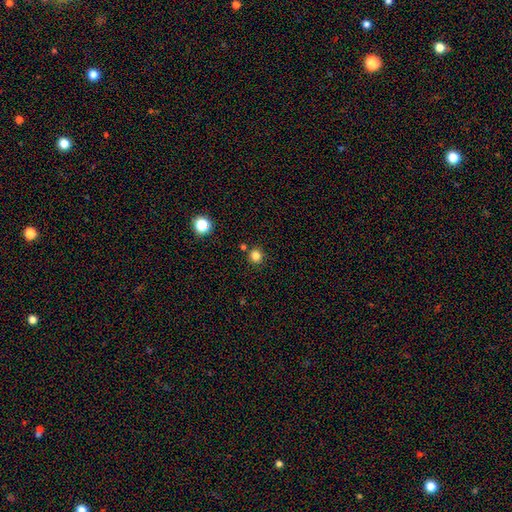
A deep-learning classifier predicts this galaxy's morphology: A smooth galaxy with no disk features (82%) that is round (94%).

Vote fractions:
- Smooth or featured? smooth: 82% / star or artifact: 14% / featured or disk: 5%
- How rounded? round: 94% / in between: 5% / cigar-shaped: 1%
- Merging? none: 85% / minor disturbance: 7% / merger: 6% / major disturbance: 2%